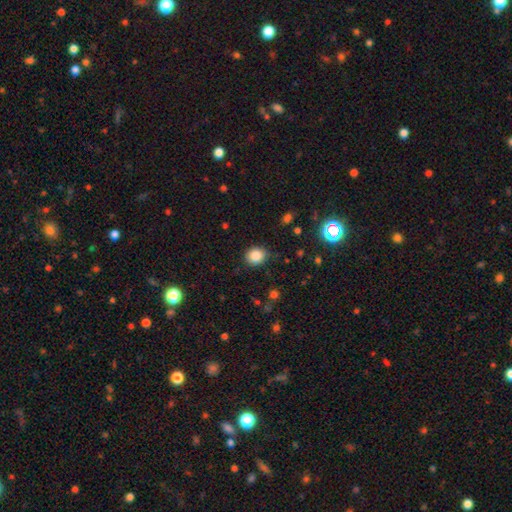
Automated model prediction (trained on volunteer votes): This appears to be a smooth galaxy with no disk features (84%) that is round (68%). Merging: none (81%).